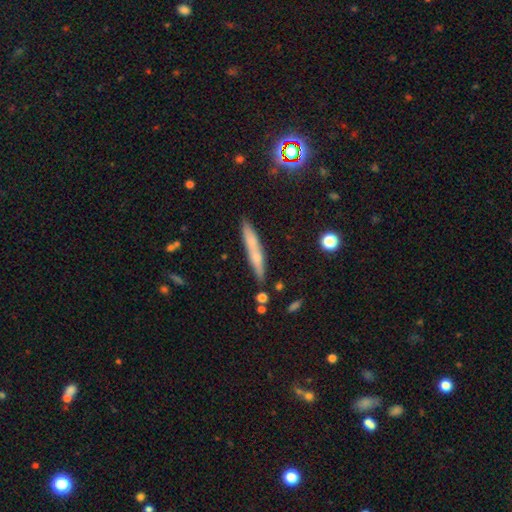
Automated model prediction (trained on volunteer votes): Morphology: type=smooth (57%); roundness=cigar-shaped (92%); merging=none (80%).